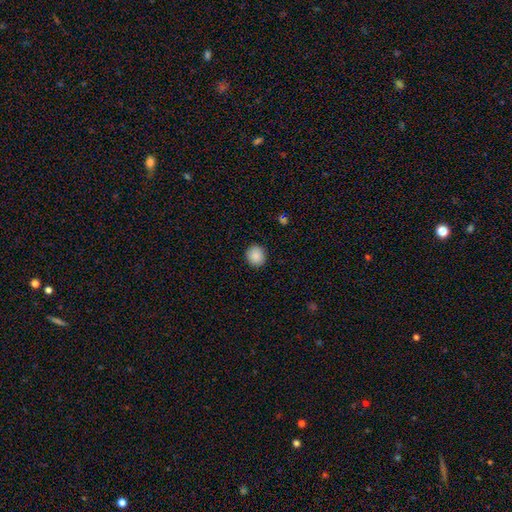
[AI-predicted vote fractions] The model was most divided on "how rounded": round: 79%, in between: 20%, cigar-shaped: 1%. More confident: merging — none (91%); smooth or featured — smooth (89%).